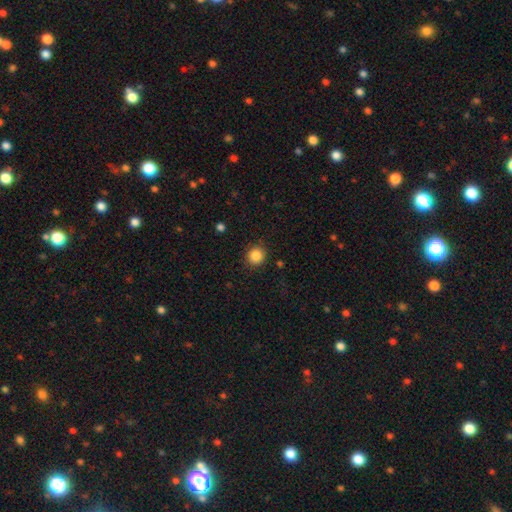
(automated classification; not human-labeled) This is clearly a smooth galaxy (85%). How rounded: clearly round (91%). Merging: clearly none (89%).